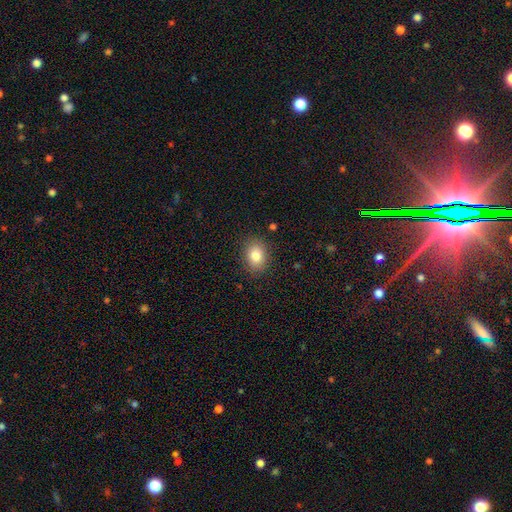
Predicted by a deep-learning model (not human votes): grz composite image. It shows a smooth galaxy with no disk features (82%) that is in between round and cigar-shaped (60%). Merging: none (87%).